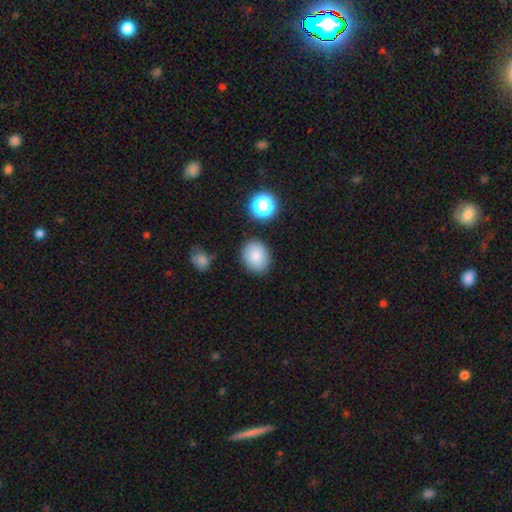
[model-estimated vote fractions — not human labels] Smooth or featured? smooth (84%)
How rounded? round (57%)
Merging? none (83%)